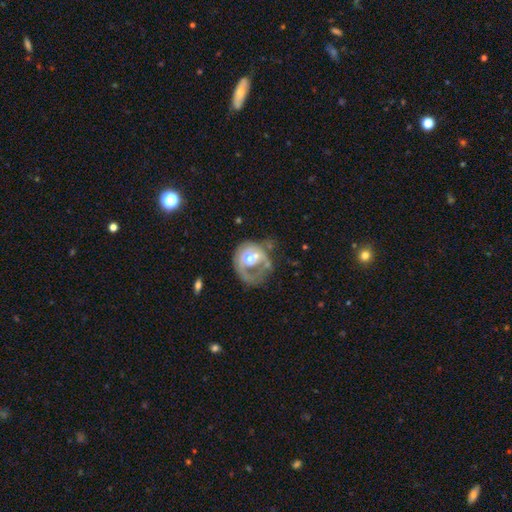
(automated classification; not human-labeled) A featured or disk galaxy (57%) with no bar (73%), no spiral arms (63%) and a moderate central bulge (70%). Merging: major disturbance (44%).